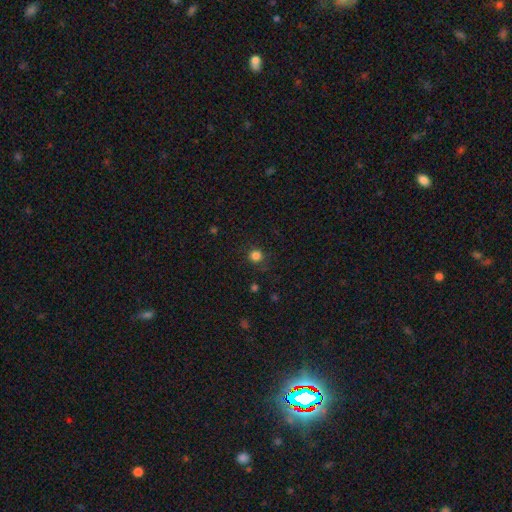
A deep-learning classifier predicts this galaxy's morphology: smooth 81%, star or artifact 15%, featured or disk 4%. Down the decision tree: how rounded — round (93%); merging — none (86%).